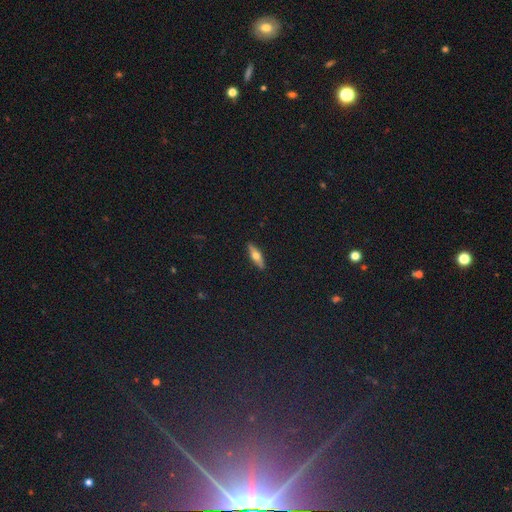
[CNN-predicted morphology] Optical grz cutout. It shows a featured or disk galaxy (51%) viewed edge-on (91%). Merging: none (90%).